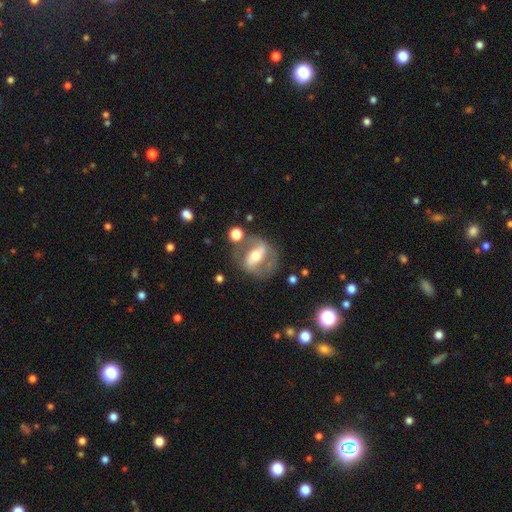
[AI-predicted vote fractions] Smooth or featured? Predicted: featured or disk (p=0.75). Edge-on disk? Predicted: no (p=0.89). Bar? Predicted: strong (p=0.60). Spiral arms? Predicted: yes (p=0.67). Bulge size? Predicted: moderate (p=0.66). Merging? Predicted: none (p=0.65).